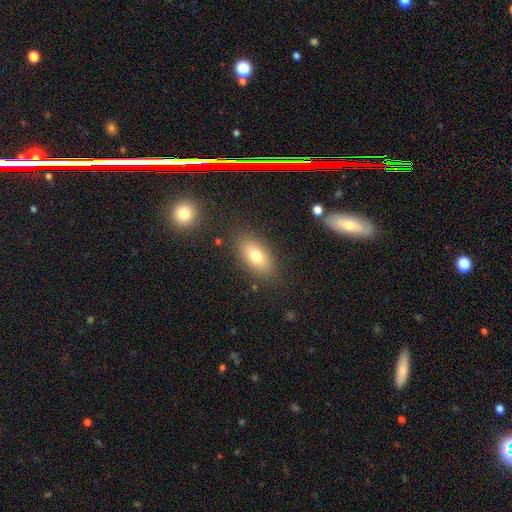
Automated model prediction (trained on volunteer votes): This is likely a smooth galaxy (74%). How rounded: clearly in between (88%). Merging: clearly none (84%).